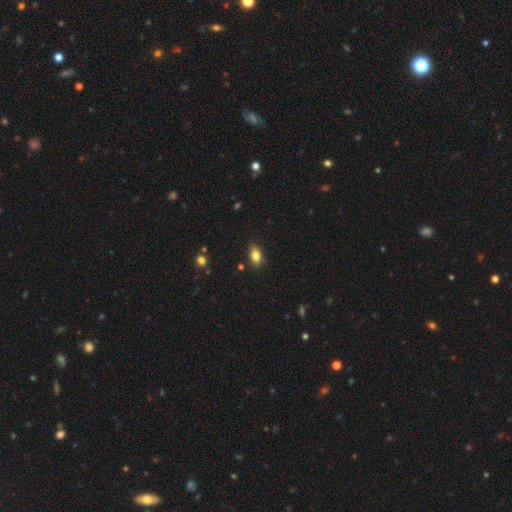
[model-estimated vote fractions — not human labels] This is clearly a smooth galaxy (82%). How rounded: clearly in between (88%). Merging: clearly none (84%).